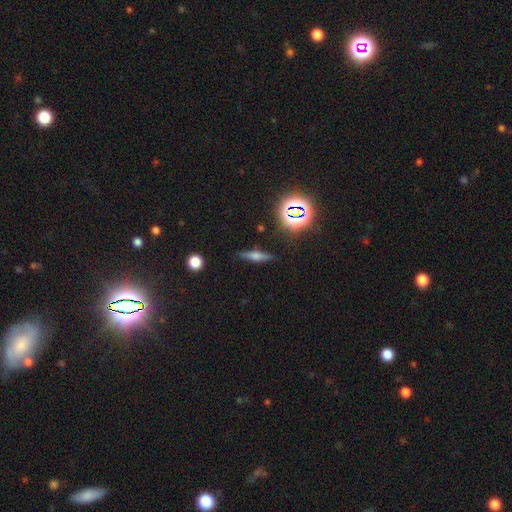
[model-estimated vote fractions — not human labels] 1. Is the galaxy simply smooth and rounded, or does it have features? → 46% featured or disk, 40% smooth, 14% star or artifact.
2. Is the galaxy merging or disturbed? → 85% none, 10% minor disturbance, 3% major disturbance, 2% merger.